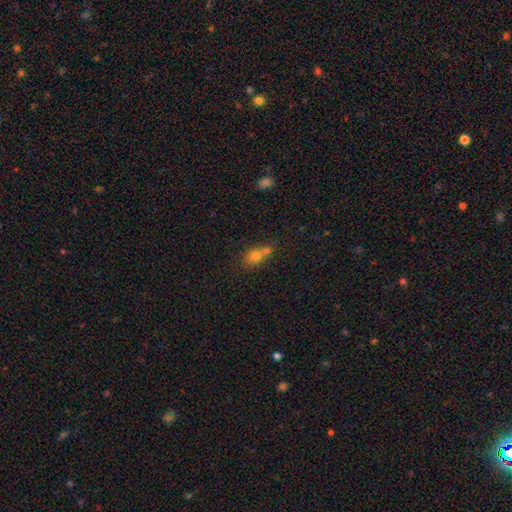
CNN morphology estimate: This is likely a smooth galaxy (72%). How rounded: possibly round (52%). Merging: possibly merger (52%).